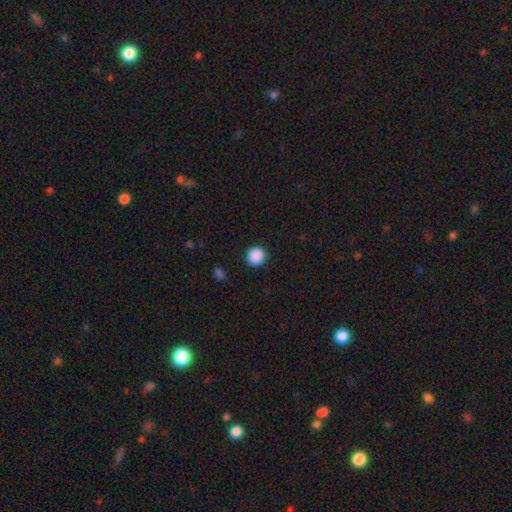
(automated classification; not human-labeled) Overall: smooth (89%). How rounded: round (89%). Merging: none (92%).